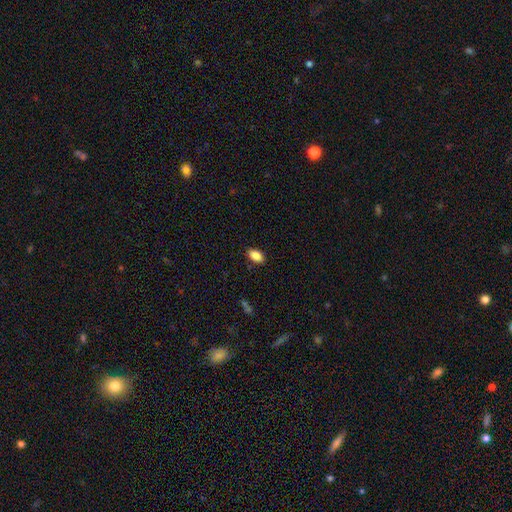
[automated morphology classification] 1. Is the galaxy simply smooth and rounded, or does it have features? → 88% smooth, 8% star or artifact, 4% featured or disk.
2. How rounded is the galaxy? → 92% in between, 6% round, 2% cigar-shaped.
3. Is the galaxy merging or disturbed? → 87% none, 10% minor disturbance, 2% major disturbance, 1% merger.